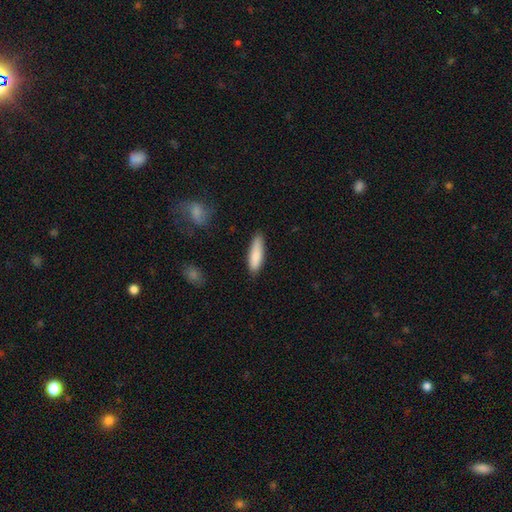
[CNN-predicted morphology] The model was most divided on "how rounded": cigar-shaped: 64%, in between: 35%, round: 2%. More confident: smooth or featured — smooth (86%); merging — none (83%).